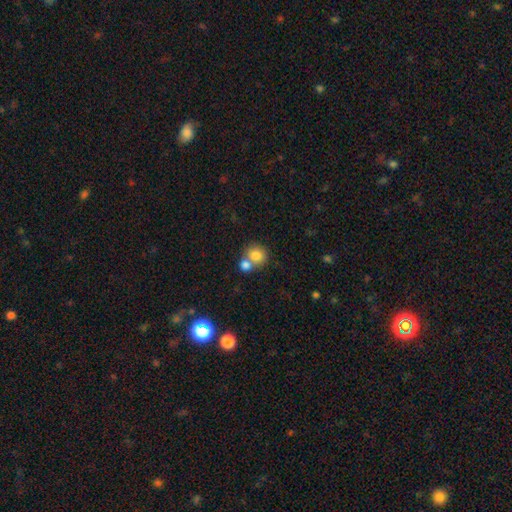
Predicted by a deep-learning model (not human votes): Smooth or featured?
  - smooth: 80% *
  - featured or disk: 11%
  - star or artifact: 9%
How rounded?
  - round: 83% *
  - in between: 16%
  - cigar-shaped: 1%
Merging?
  - merger: 48% *
  - none: 43%
  - minor disturbance: 7%
  - major disturbance: 3%